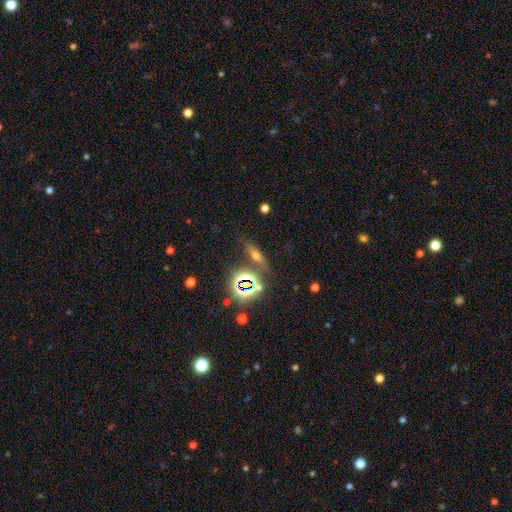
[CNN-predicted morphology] type=smooth (40%); merging=none (77%).